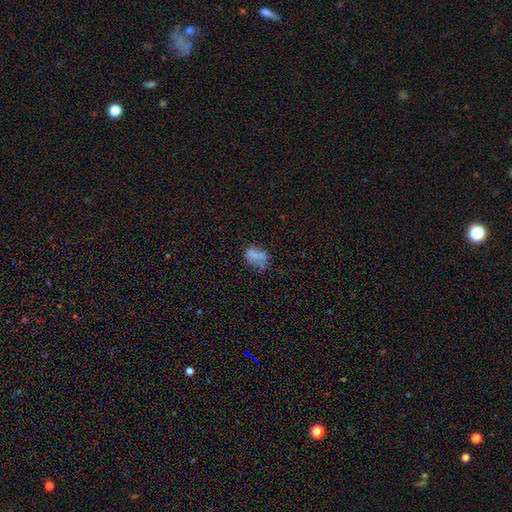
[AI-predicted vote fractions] Smooth or featured?
  - smooth: 63% *
  - featured or disk: 24%
  - star or artifact: 13%
How rounded?
  - in between: 76% *
  - round: 23%
  - cigar-shaped: 2%
Merging?
  - none: 37% *
  - minor disturbance: 24%
  - merger: 21%
  - major disturbance: 17%